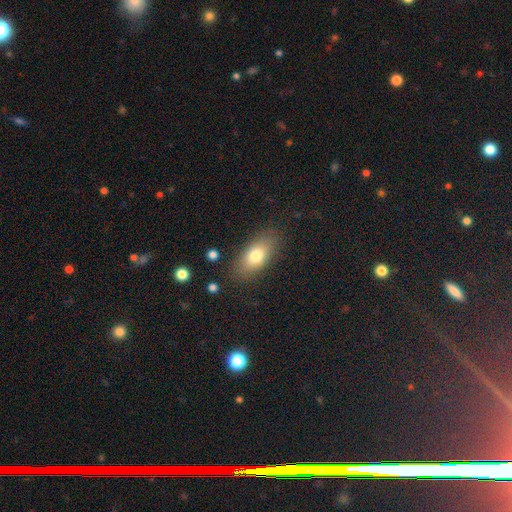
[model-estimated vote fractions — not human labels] A smooth galaxy with no disk features (77%) that is in between round and cigar-shaped (87%). Merging: none (83%).